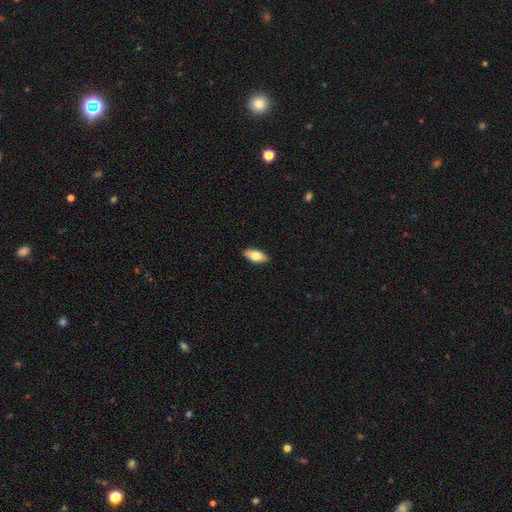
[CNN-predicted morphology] This is likely a smooth galaxy (77%). How rounded: clearly in between (87%). Merging: clearly none (90%).